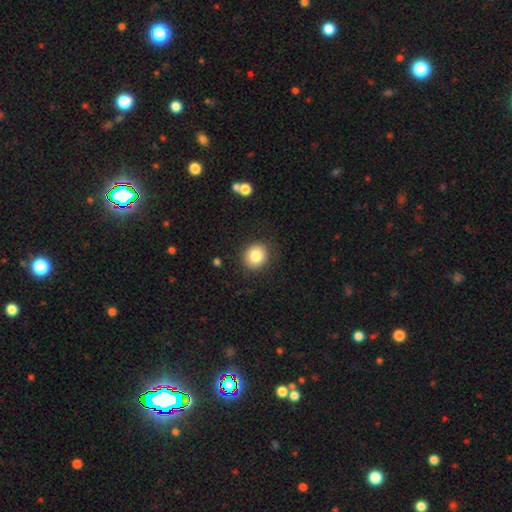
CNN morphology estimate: Smooth or featured? smooth (83%)
How rounded? round (84%)
Merging? none (87%)